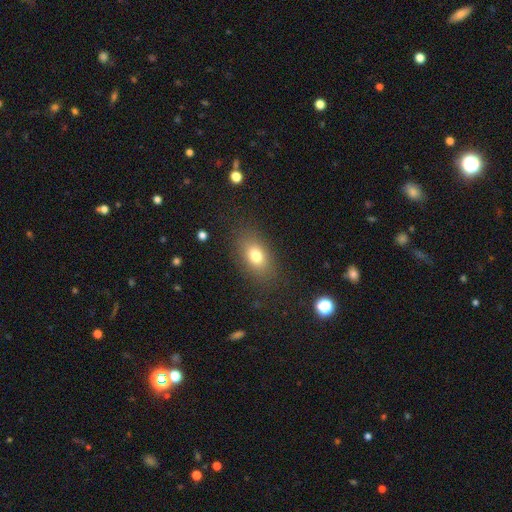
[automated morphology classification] type=smooth (76%); roundness=in between (82%); merging=none (83%).